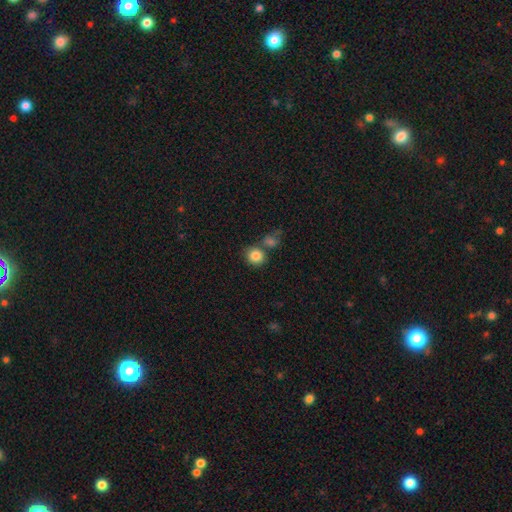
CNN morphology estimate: type=smooth (85%); roundness=round (83%); merging=none (63%).